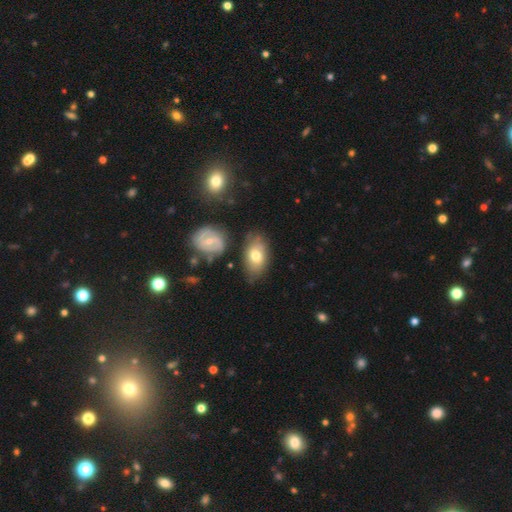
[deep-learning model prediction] Morphology: type=smooth (65%); roundness=in between (89%); merging=none (66%).